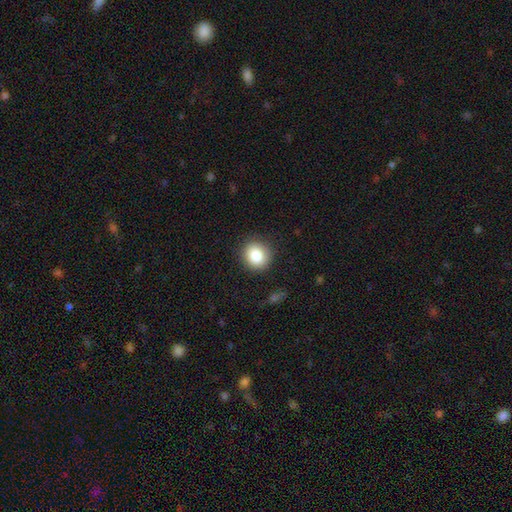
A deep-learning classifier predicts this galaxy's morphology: Smooth or featured: smooth — 83% (star or artifact — 10%)
How rounded: round — 89% (in between — 11%)
Merging: none — 90% (minor disturbance — 7%)